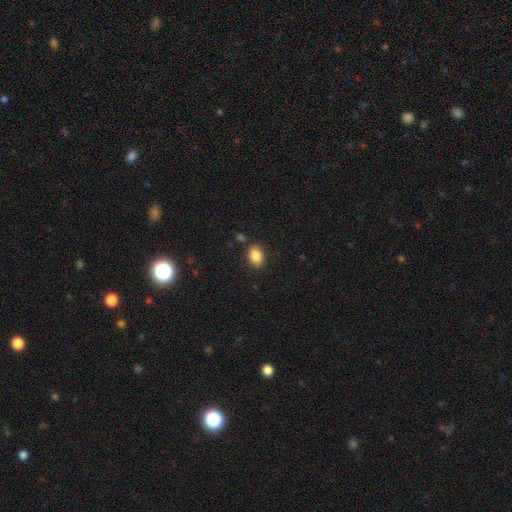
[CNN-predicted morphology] Smooth or featured: smooth — 87% (star or artifact — 8%)
How rounded: in between — 82% (round — 17%)
Merging: none — 84% (minor disturbance — 9%)